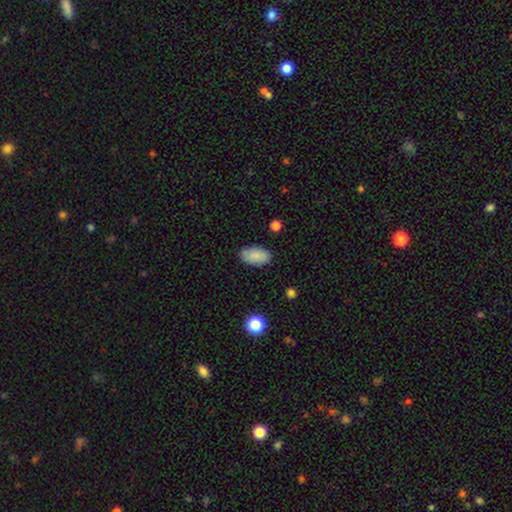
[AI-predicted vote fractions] smooth-or-featured: smooth: 87% | star or artifact: 7% | featured or disk: 7%
  how-rounded: in between: 94% | round: 4% | cigar-shaped: 2%
  merging: none: 85% | minor disturbance: 11% | major disturbance: 2% | merger: 1%